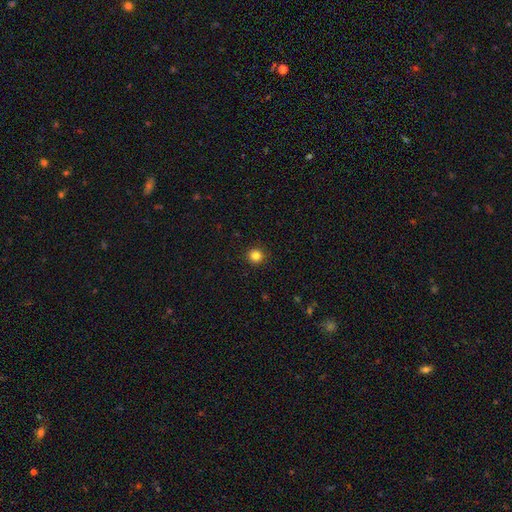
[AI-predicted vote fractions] smooth 84%, star or artifact 12%, featured or disk 4%. Down the decision tree: how rounded — round (95%); merging — none (92%).